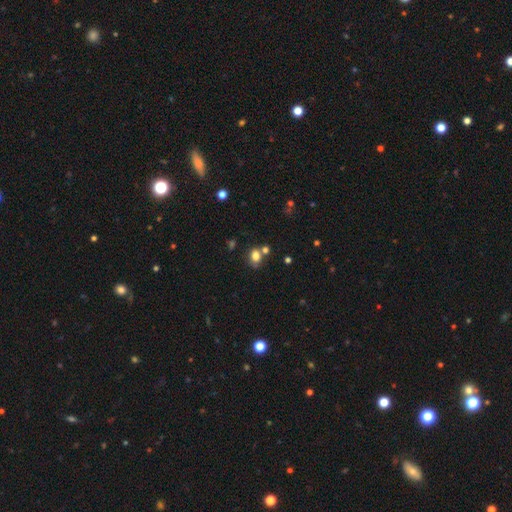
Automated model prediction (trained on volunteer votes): This is likely a smooth galaxy (78%). How rounded: possibly in between (49%, tied with round). Merging: possibly none (58%).